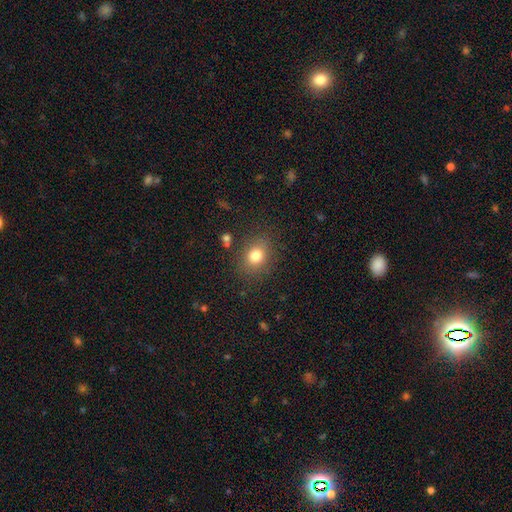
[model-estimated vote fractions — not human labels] Morphology: type=smooth (79%); roundness=round (56%); merging=none (83%).